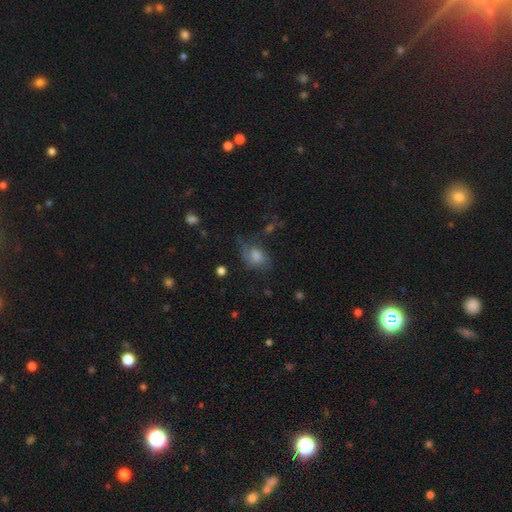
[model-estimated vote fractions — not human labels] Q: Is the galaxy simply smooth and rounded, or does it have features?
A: smooth — 49%.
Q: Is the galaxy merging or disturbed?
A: none — 50%.